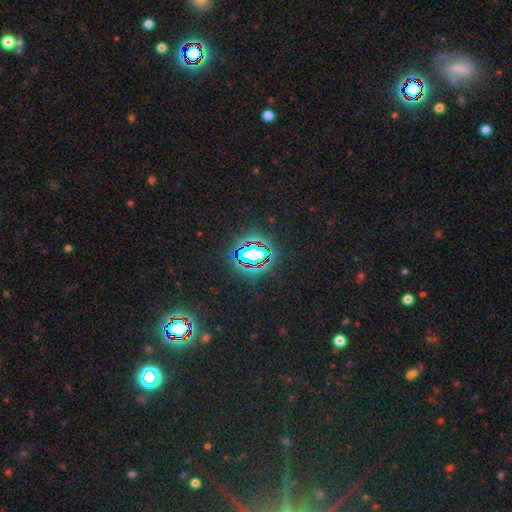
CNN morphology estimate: Smooth or featured? Predicted: star or artifact (p=0.74).